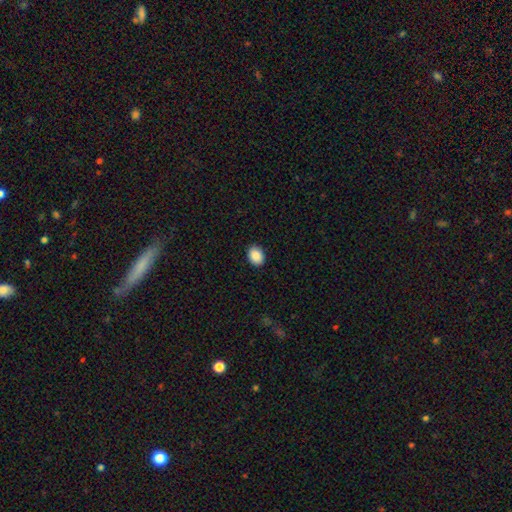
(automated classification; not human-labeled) A smooth galaxy with no disk features (90%) that is in between round and cigar-shaped (63%). Merging: none (90%).